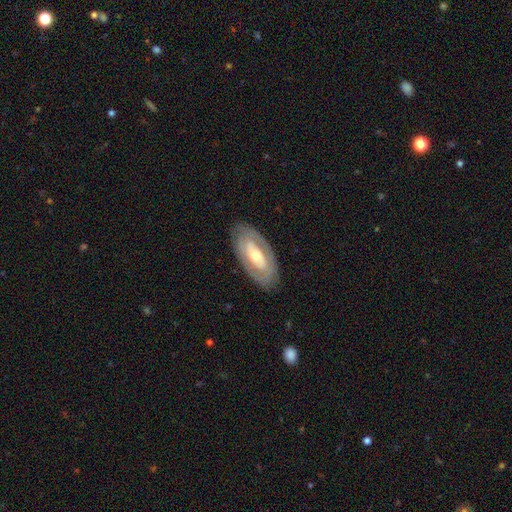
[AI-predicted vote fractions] This appears to be a featured or disk galaxy (69%) with no bar (51%), no spiral arms (51%) and a moderate central bulge (58%). Merging: none (83%).